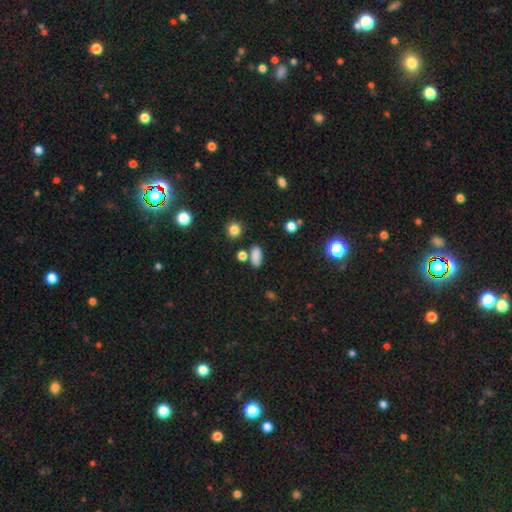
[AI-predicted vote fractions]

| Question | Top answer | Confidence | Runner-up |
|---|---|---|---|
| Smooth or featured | smooth | 81% | star or artifact (14%) |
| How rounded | in between | 83% | round (9%) |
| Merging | none | 71% | minor disturbance (13%) |